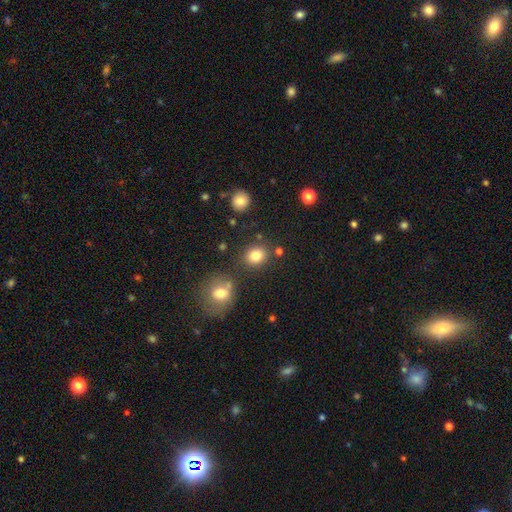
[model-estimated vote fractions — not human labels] Smooth or featured? Predicted: smooth (p=0.81). How rounded? Predicted: round (p=0.66). Merging? Predicted: none (p=0.80).